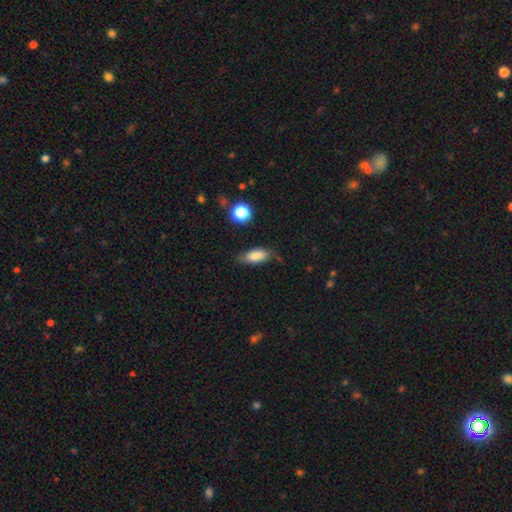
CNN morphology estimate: Smooth or featured? smooth (83%)
How rounded? in between (78%)
Merging? none (74%)